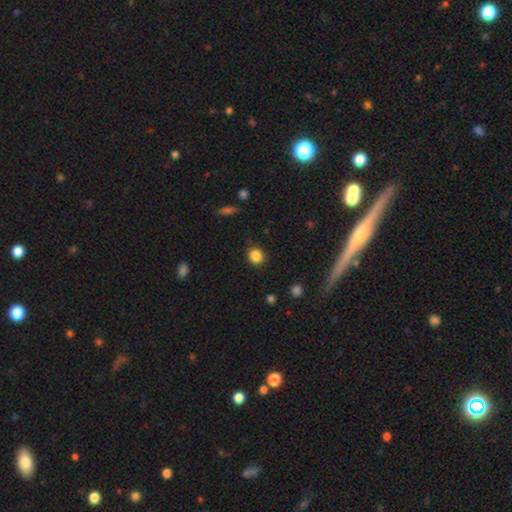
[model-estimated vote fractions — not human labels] smooth-or-featured: smooth: 85% | star or artifact: 11% | featured or disk: 4%
  how-rounded: round: 82% | in between: 17% | cigar-shaped: 1%
  merging: none: 87% | minor disturbance: 9% | major disturbance: 2% | merger: 1%